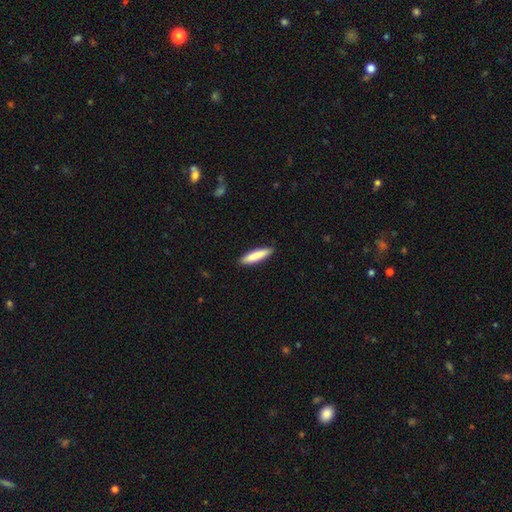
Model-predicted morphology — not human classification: This appears to be a smooth galaxy with no disk features (83%) that is cigar-shaped (83%). Merging: none (90%).